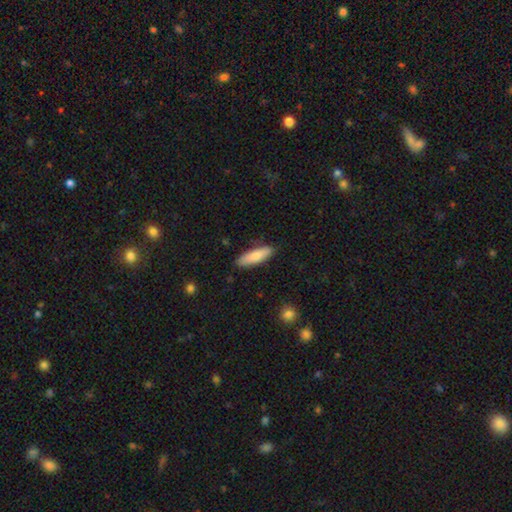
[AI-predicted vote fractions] Overall: smooth (81%). How rounded: cigar-shaped (56%; in between 42%). Merging: none (85%).